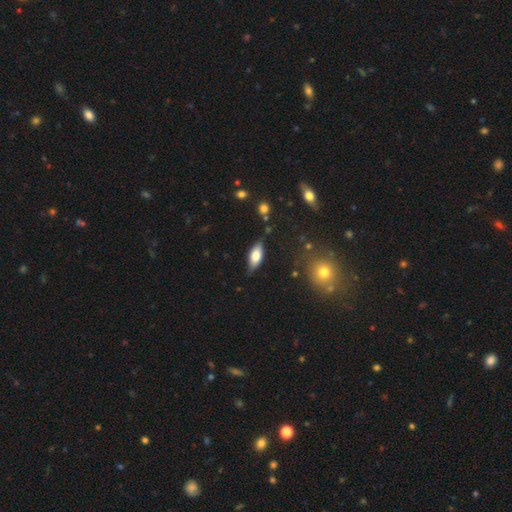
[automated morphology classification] This is likely a smooth galaxy (64%). How rounded: clearly in between (81%). Merging: likely none (75%).